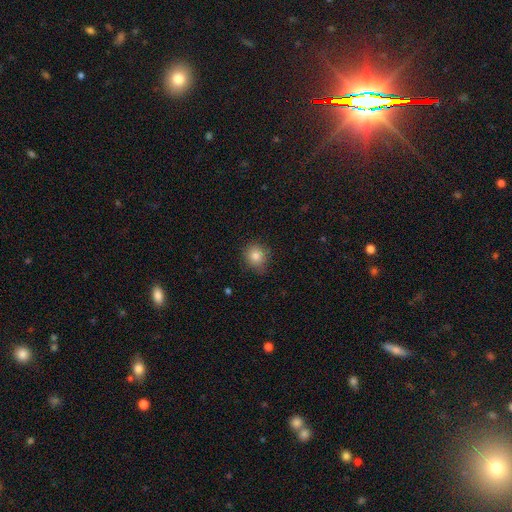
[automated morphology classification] This appears to be a smooth galaxy with no disk features (83%) that is round (83%). Merging: none (78%).